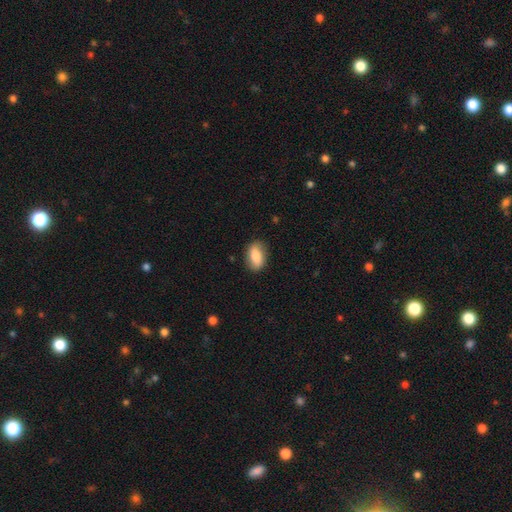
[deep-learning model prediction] smooth 77%, featured or disk 17%, star or artifact 7%. Down the decision tree: how rounded — in between (88%); merging — none (83%).